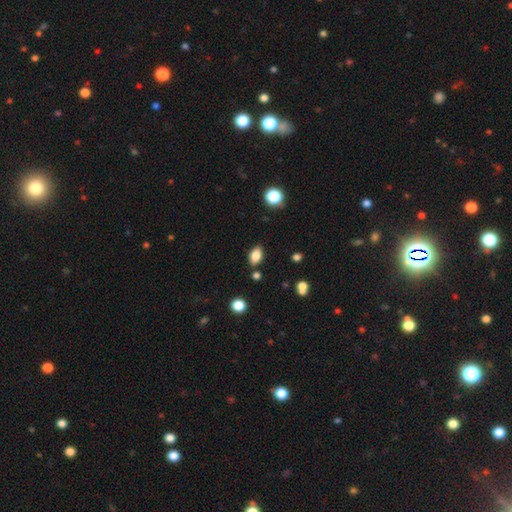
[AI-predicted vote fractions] Q: Smooth or featured?
A: smooth (83%); runner-up: star or artifact (9%)
Q: How rounded?
A: in between (87%); runner-up: round (10%)
Q: Merging?
A: none (82%); runner-up: minor disturbance (11%)